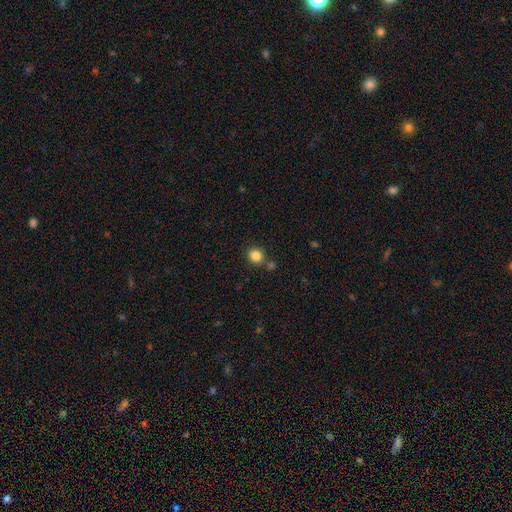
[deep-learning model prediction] A smooth galaxy with no disk features (84%) that is round (84%). Merging: none (80%).